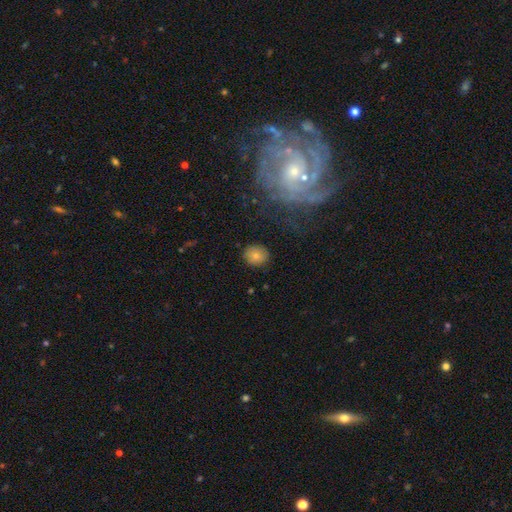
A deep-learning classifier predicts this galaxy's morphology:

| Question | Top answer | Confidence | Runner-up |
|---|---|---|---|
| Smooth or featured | smooth | 76% | featured or disk (13%) |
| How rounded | round | 77% | in between (22%) |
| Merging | none | 84% | minor disturbance (11%) |